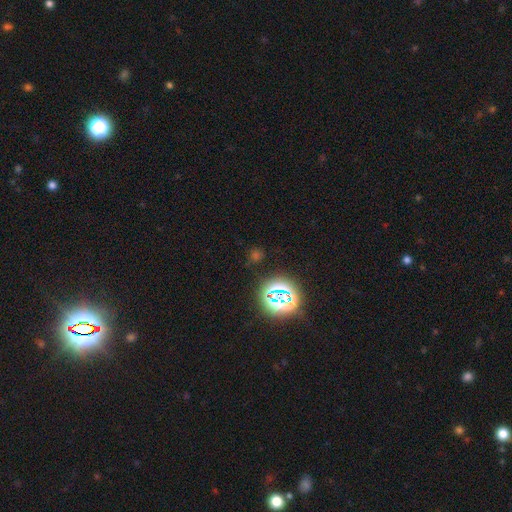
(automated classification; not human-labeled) smooth_or_featured: star or artifact (p=0.66) [alt: smooth p=0.26]